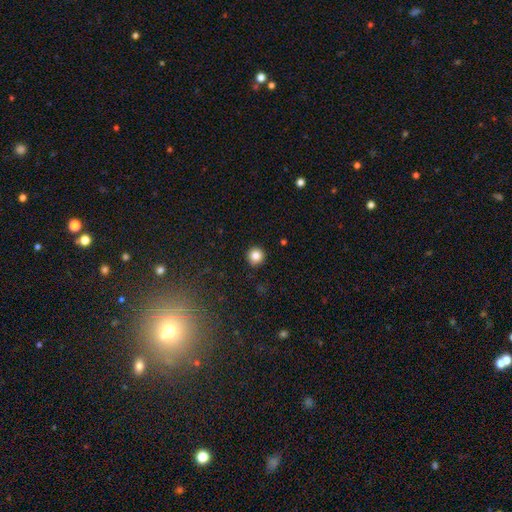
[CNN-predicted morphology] Smooth or featured?
  - smooth: 84% *
  - star or artifact: 11%
  - featured or disk: 5%
How rounded?
  - round: 94% *
  - in between: 5%
  - cigar-shaped: 1%
Merging?
  - none: 92% *
  - minor disturbance: 5%
  - major disturbance: 2%
  - merger: 1%